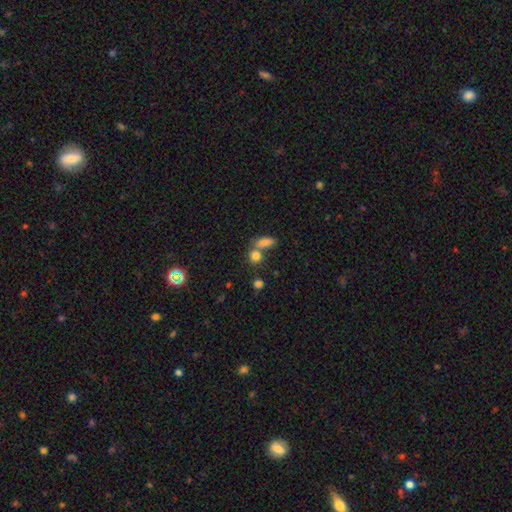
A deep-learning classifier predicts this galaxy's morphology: This appears to be a smooth galaxy with no disk features (80%) that is round (54%). Merging: none (52%).